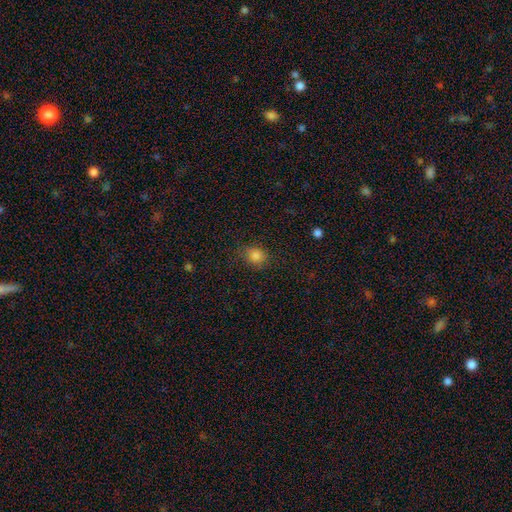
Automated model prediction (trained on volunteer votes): Smooth or featured? Predicted: smooth (p=0.83). How rounded? Predicted: round (p=0.66). Merging? Predicted: none (p=0.81).